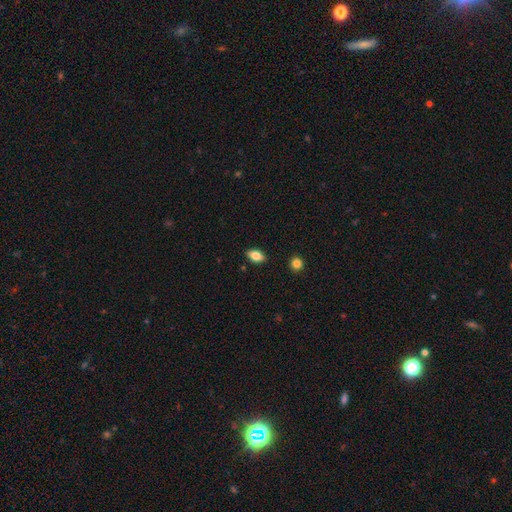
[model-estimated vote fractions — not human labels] smooth-or-featured: smooth: 78% | featured or disk: 14% | star or artifact: 8%
  how-rounded: in between: 89% | round: 6% | cigar-shaped: 5%
  merging: none: 87% | minor disturbance: 9% | major disturbance: 2% | merger: 1%